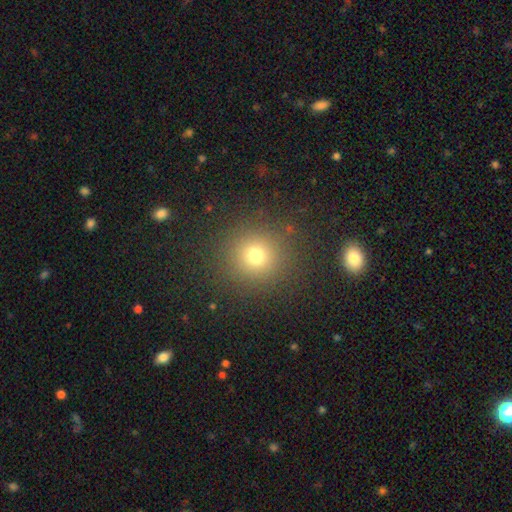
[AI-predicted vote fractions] Overall: smooth (72%). How rounded: round (92%). Merging: none (88%).